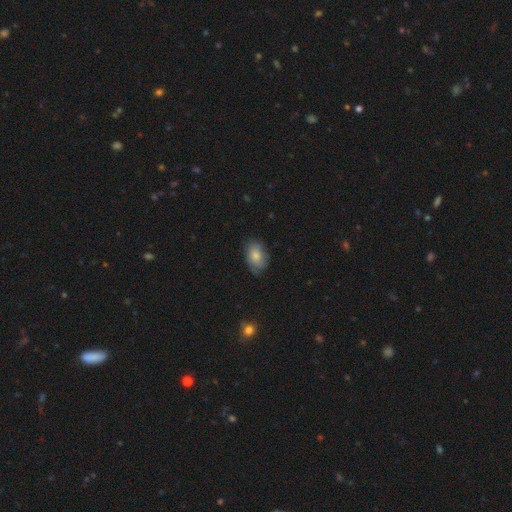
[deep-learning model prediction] The model was most divided on "merging": none: 69%, minor disturbance: 24%, major disturbance: 6%, merger: 1%. More confident: how rounded — in between (82%); smooth or featured — smooth (77%).